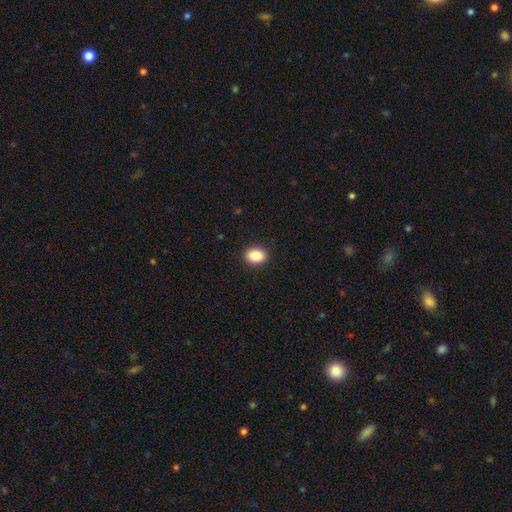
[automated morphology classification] A smooth galaxy with no disk features (86%) that is in between round and cigar-shaped (65%).

Vote fractions:
- Smooth or featured? smooth: 86% / star or artifact: 9% / featured or disk: 5%
- How rounded? in between: 65% / round: 34% / cigar-shaped: 1%
- Merging? none: 91% / minor disturbance: 6% / major disturbance: 2% / merger: 1%